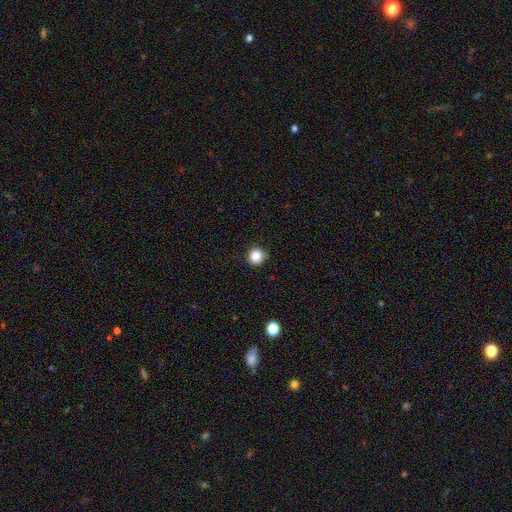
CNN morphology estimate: A smooth galaxy with no disk features (85%) that is round (92%).

Vote fractions:
- Smooth or featured? smooth: 85% / star or artifact: 11% / featured or disk: 4%
- How rounded? round: 92% / in between: 7% / cigar-shaped: 1%
- Merging? none: 86% / minor disturbance: 10% / major disturbance: 2% / merger: 1%